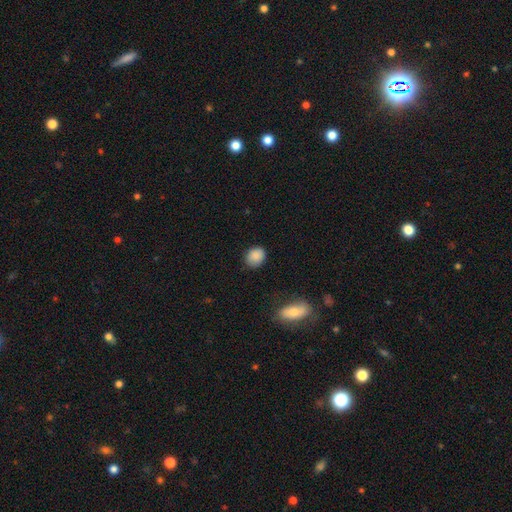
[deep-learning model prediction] smooth-or-featured: smooth: 87% | star or artifact: 8% | featured or disk: 5%
  how-rounded: round: 54% | in between: 45% | cigar-shaped: 1%
  merging: none: 79% | minor disturbance: 16% | major disturbance: 3% | merger: 2%